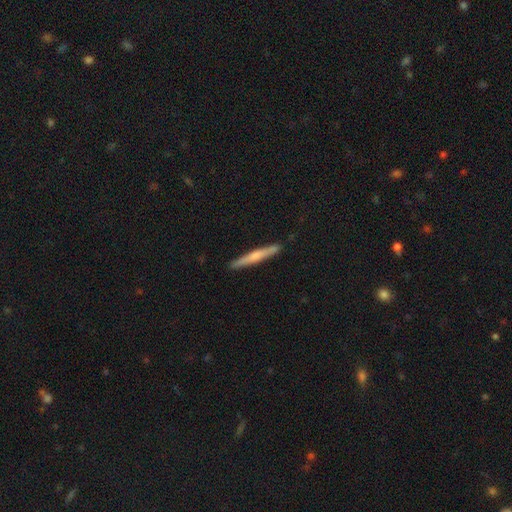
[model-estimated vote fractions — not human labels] This appears to be a smooth galaxy with no disk features (50%). Merging: none (90%).